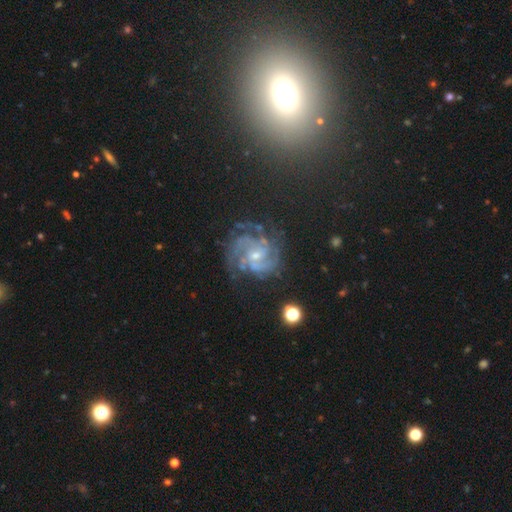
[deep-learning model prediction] Q: Smooth or featured?
A: featured or disk (83%); runner-up: star or artifact (11%)
Q: Edge-on disk?
A: no (98%); runner-up: yes (2%)
Q: Bar?
A: no (49%); runner-up: weak (40%)
Q: Spiral arms?
A: yes (98%); runner-up: no (2%)
Q: Spiral winding?
A: tight (57%); runner-up: medium (37%)
Q: Spiral arm count?
A: 3 (28%); runner-up: 2 (21%)
Q: Bulge size?
A: small (66%); runner-up: moderate (30%)
Q: Merging?
A: none (72%); runner-up: minor disturbance (18%)